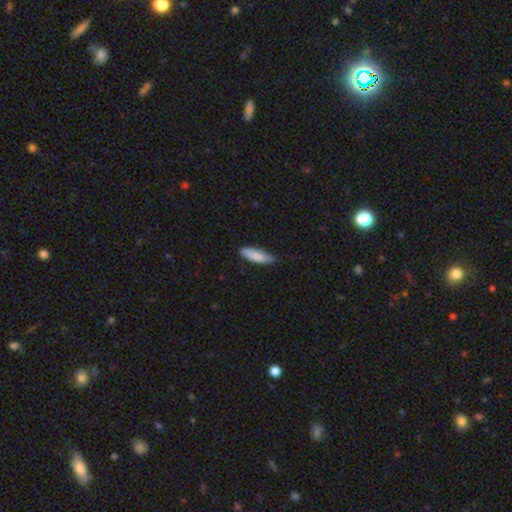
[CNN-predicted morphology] A smooth galaxy with no disk features (84%) that is in between round and cigar-shaped (51%).

Vote fractions:
- Smooth or featured? smooth: 84% / featured or disk: 10% / star or artifact: 6%
- How rounded? in between: 51% / cigar-shaped: 47% / round: 2%
- Merging? none: 65% / minor disturbance: 30% / major disturbance: 4% / merger: 1%